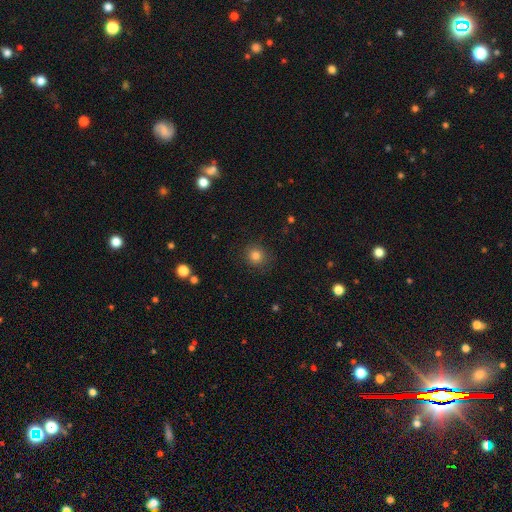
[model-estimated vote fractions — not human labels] Smooth or featured? Predicted: smooth (p=0.82). How rounded? Predicted: round (p=0.89). Merging? Predicted: none (p=0.86).